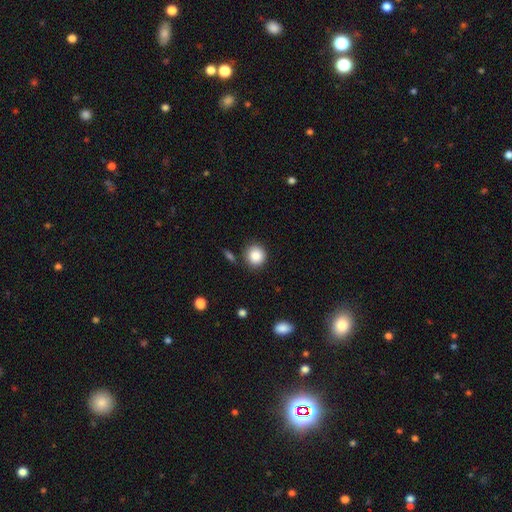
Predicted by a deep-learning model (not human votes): This is clearly a smooth galaxy (87%). How rounded: clearly round (89%). Merging: clearly none (85%).